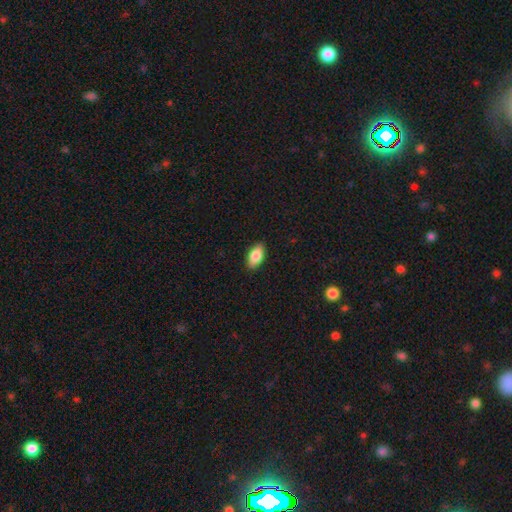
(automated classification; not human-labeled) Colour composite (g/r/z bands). It shows a smooth galaxy with no disk features (82%) that is in between round and cigar-shaped (91%). Merging: none (88%).